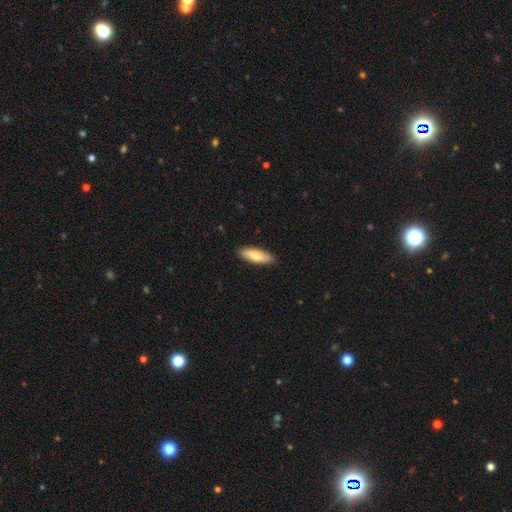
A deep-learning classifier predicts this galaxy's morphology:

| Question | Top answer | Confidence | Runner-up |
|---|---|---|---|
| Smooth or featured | smooth | 79% | featured or disk (16%) |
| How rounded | in between | 58% | cigar-shaped (40%) |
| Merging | none | 89% | minor disturbance (9%) |